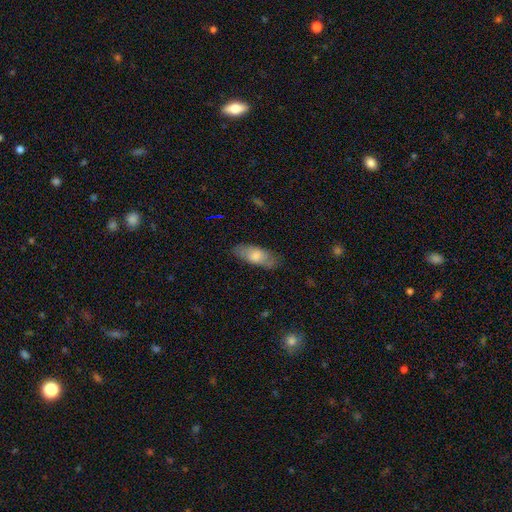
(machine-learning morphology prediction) smooth 68%, featured or disk 25%, star or artifact 6%. Down the decision tree: how rounded — in between (77%); merging — none (76%).